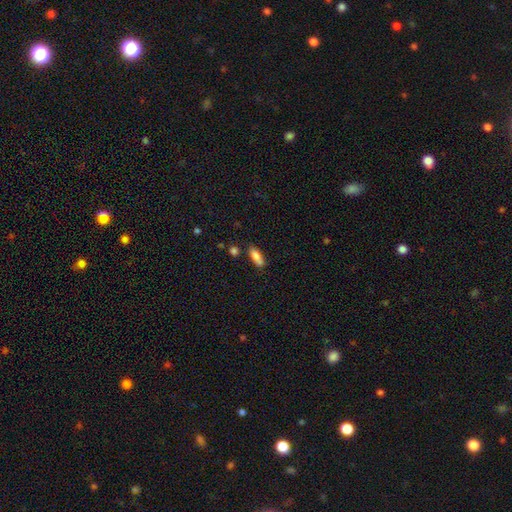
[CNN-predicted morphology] Smooth or featured?
  - smooth: 82% *
  - featured or disk: 11%
  - star or artifact: 8%
How rounded?
  - in between: 60% *
  - cigar-shaped: 37%
  - round: 3%
Merging?
  - none: 62% *
  - minor disturbance: 20%
  - merger: 13%
  - major disturbance: 5%